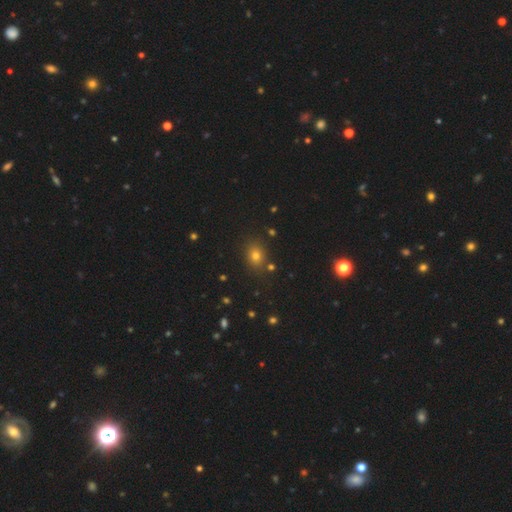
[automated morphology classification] This appears to be a smooth galaxy with no disk features (71%) that is round (54%). Merging: none (83%).